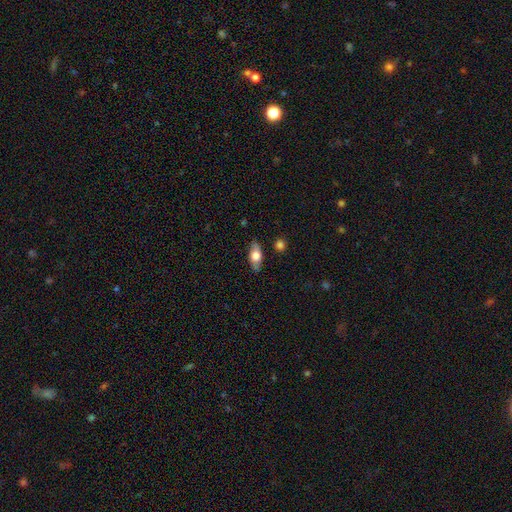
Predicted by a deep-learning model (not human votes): Smooth or featured?
  - smooth: 60% *
  - featured or disk: 33%
  - star or artifact: 7%
How rounded?
  - in between: 78% *
  - cigar-shaped: 15%
  - round: 7%
Merging?
  - none: 80% *
  - minor disturbance: 15%
  - major disturbance: 3%
  - merger: 2%